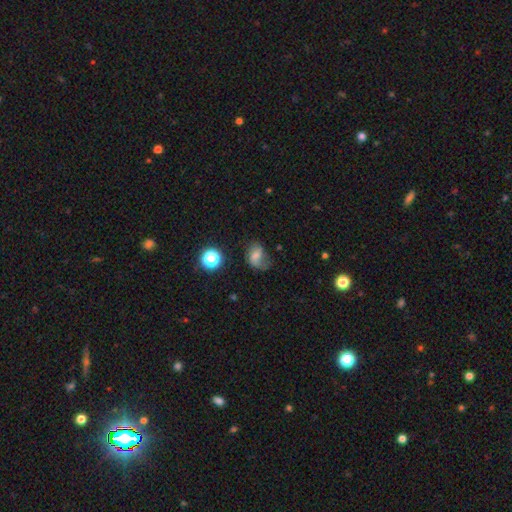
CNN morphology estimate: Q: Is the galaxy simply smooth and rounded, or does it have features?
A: smooth — 55%.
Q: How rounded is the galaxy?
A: in between — 65%.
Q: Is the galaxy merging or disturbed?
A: none — 41%.